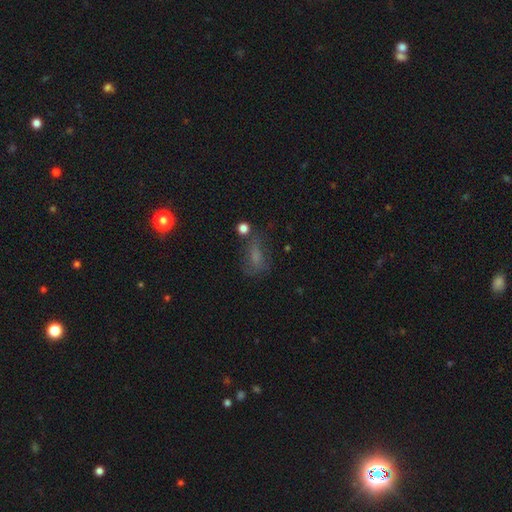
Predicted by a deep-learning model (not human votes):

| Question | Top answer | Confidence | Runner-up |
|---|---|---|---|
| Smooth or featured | smooth | 53% | featured or disk (24%) |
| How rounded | in between | 71% | round (16%) |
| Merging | none | 49% | minor disturbance (23%) |